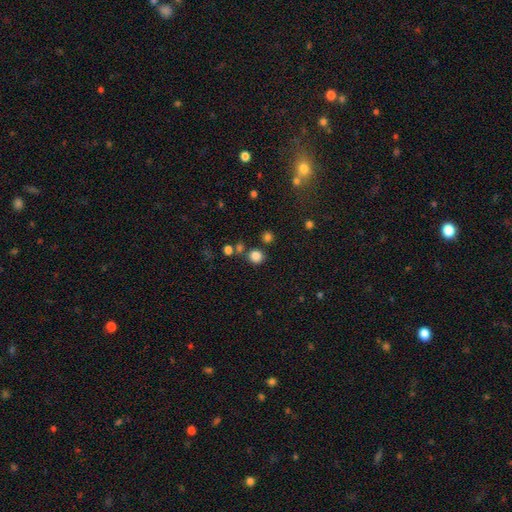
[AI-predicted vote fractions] Smooth or featured: smooth — 82% (star or artifact — 13%)
How rounded: round — 88% (in between — 11%)
Merging: none — 77% (merger — 11%)